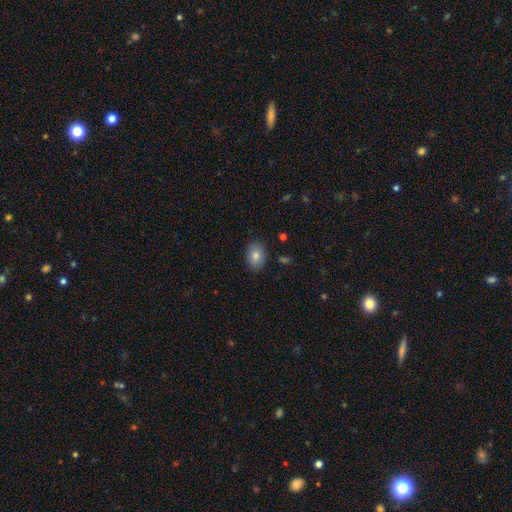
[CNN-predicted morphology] A smooth galaxy with no disk features (82%) that is in between round and cigar-shaped (82%).

Vote fractions:
- Smooth or featured? smooth: 82% / featured or disk: 10% / star or artifact: 8%
- How rounded? in between: 82% / round: 17% / cigar-shaped: 1%
- Merging? none: 86% / minor disturbance: 10% / major disturbance: 2% / merger: 1%